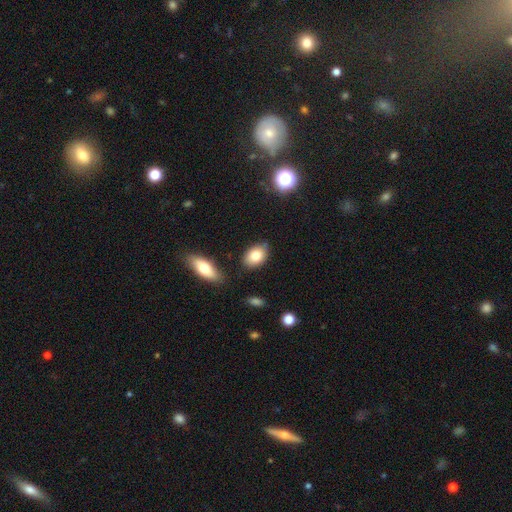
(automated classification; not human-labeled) Q: Smooth or featured?
A: smooth (81%); runner-up: featured or disk (11%)
Q: How rounded?
A: in between (84%); runner-up: round (14%)
Q: Merging?
A: none (80%); runner-up: minor disturbance (13%)